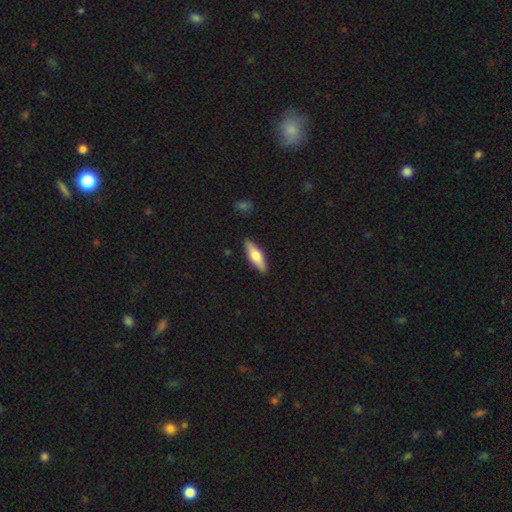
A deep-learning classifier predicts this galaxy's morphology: smooth-or-featured: smooth: 55% | featured or disk: 39% | star or artifact: 6%
  how-rounded: cigar-shaped: 52% | in between: 45% | round: 2%
  merging: none: 88% | minor disturbance: 9% | major disturbance: 2% | merger: 1%